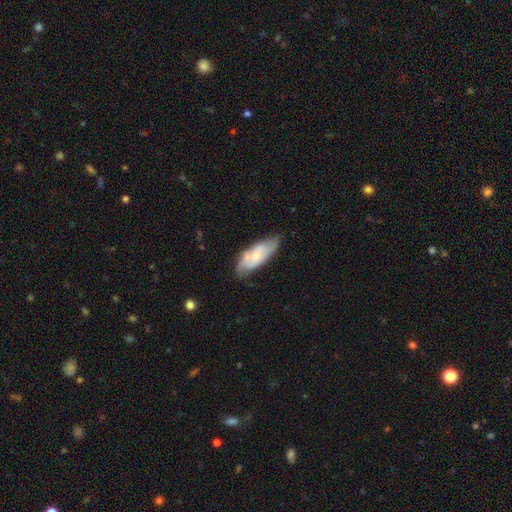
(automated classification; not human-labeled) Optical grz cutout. It shows a featured or disk galaxy (47%). Merging: none (60%).